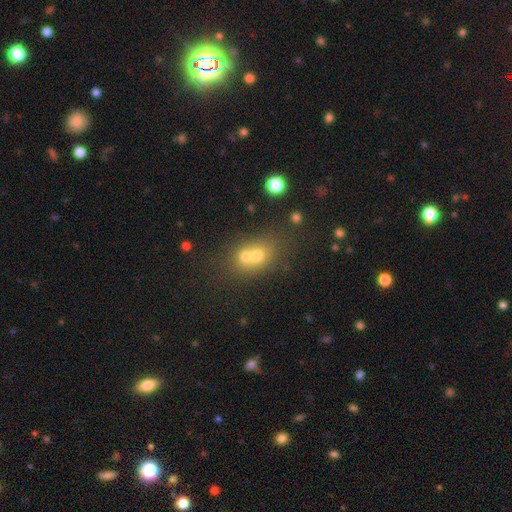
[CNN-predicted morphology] The model was most divided on "how rounded": in between: 50%, round: 49%, cigar-shaped: 2%. More confident: smooth or featured — smooth (63%); merging — merger (58%).